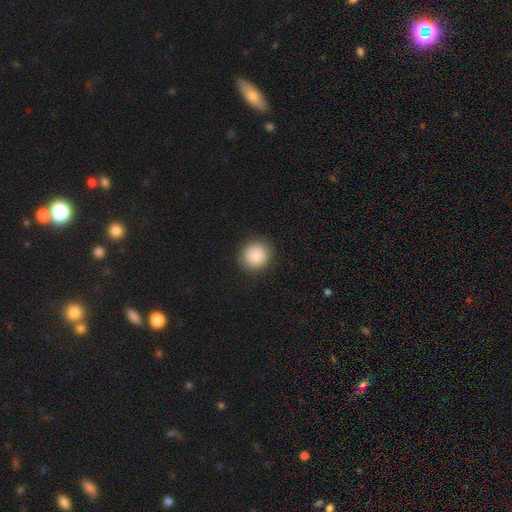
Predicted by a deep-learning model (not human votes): Smooth or featured? Predicted: smooth (p=0.88). How rounded? Predicted: round (p=0.88). Merging? Predicted: none (p=0.90).